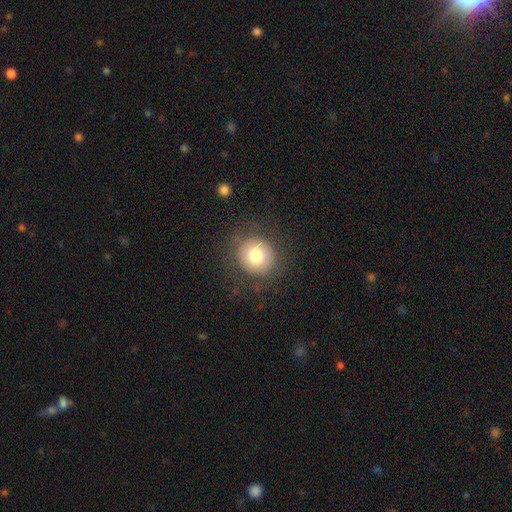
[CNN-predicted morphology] Overall: smooth (77%). How rounded: round (90%). Merging: none (81%).